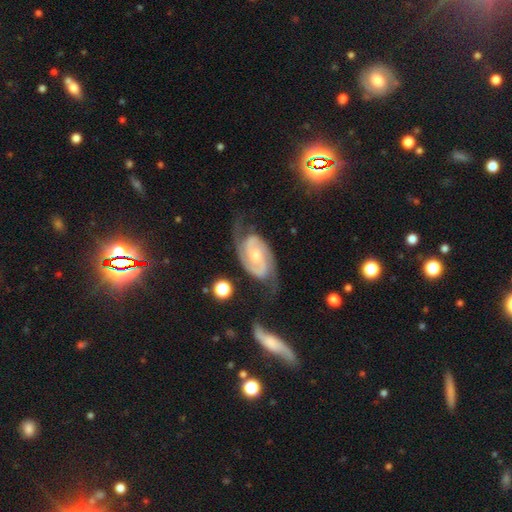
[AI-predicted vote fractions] Q: Smooth or featured?
A: featured or disk (90%); runner-up: smooth (5%)
Q: Edge-on disk?
A: no (97%); runner-up: yes (3%)
Q: Bar?
A: no (51%); runner-up: weak (36%)
Q: Spiral arms?
A: yes (98%); runner-up: no (2%)
Q: Spiral winding?
A: tight (46%); runner-up: medium (44%)
Q: Spiral arm count?
A: 2 (91%); runner-up: can't tell (3%)
Q: Bulge size?
A: small (47%); runner-up: moderate (46%)
Q: Merging?
A: none (65%); runner-up: minor disturbance (19%)